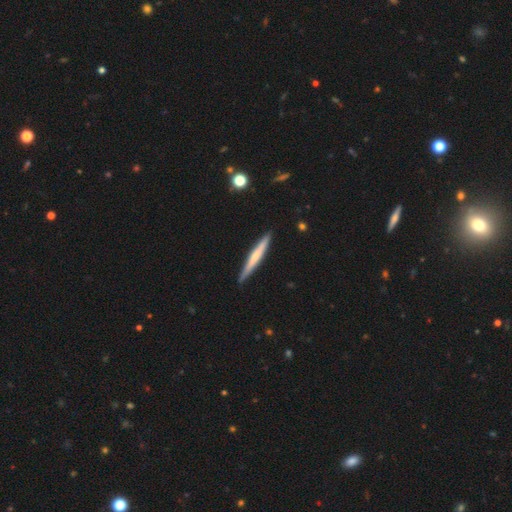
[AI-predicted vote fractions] smooth_or_featured: featured or disk (p=0.49) [alt: smooth p=0.46]
merging: none (p=0.90) [alt: minor disturbance p=0.08]